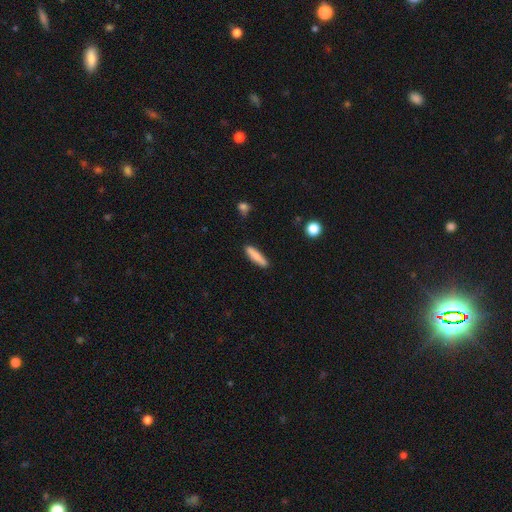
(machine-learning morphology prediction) The model was most divided on "how rounded": cigar-shaped: 79%, in between: 19%, round: 2%. More confident: merging — none (88%); smooth or featured — smooth (81%).